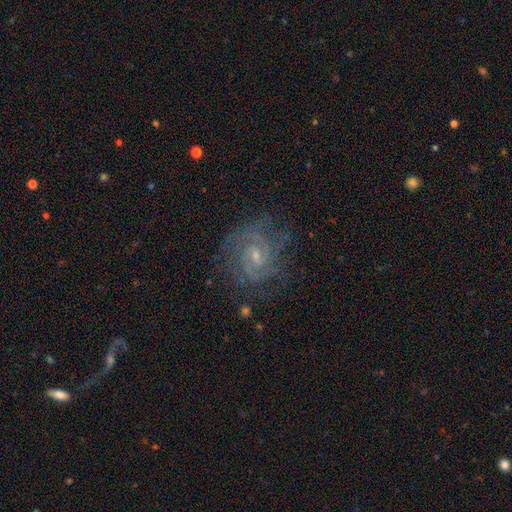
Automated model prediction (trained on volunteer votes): smooth_or_featured: featured or disk (p=0.85) [alt: star or artifact p=0.08]
disk_edge_on: no (p=0.98) [alt: yes p=0.02]
bar: weak (p=0.52) [alt: no p=0.38]
has_spiral_arms: yes (p=0.97) [alt: no p=0.03]
spiral_winding: tight (p=0.51) [alt: medium p=0.41]
spiral_arm_count: 2 (p=0.51) [alt: can't tell p=0.19]
bulge_size: small (p=0.67) [alt: moderate p=0.27]
merging: none (p=0.74) [alt: minor disturbance p=0.16]